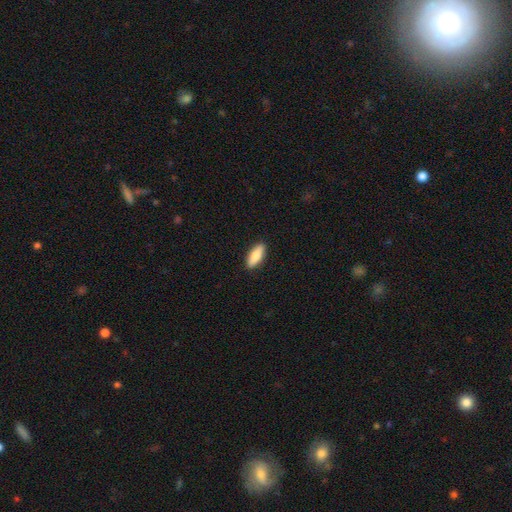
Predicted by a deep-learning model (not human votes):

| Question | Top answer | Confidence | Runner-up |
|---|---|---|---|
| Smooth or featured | smooth | 81% | featured or disk (14%) |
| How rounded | in between | 64% | cigar-shaped (34%) |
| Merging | none | 90% | minor disturbance (7%) |